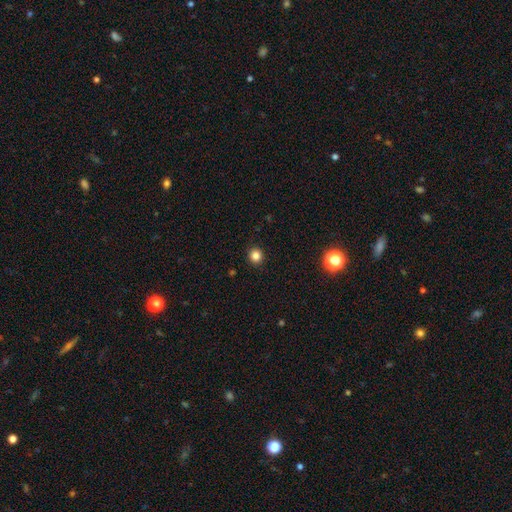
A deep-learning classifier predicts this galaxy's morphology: A smooth galaxy with no disk features (83%) that is round (91%).

Vote fractions:
- Smooth or featured? smooth: 83% / star or artifact: 13% / featured or disk: 4%
- How rounded? round: 91% / in between: 8% / cigar-shaped: 1%
- Merging? none: 92% / minor disturbance: 5% / major disturbance: 2% / merger: 1%